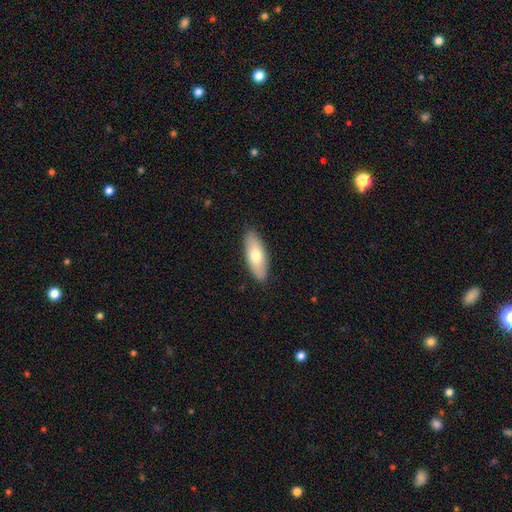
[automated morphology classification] A smooth galaxy with no disk features (71%) that is in between round and cigar-shaped (71%). Merging: none (87%).